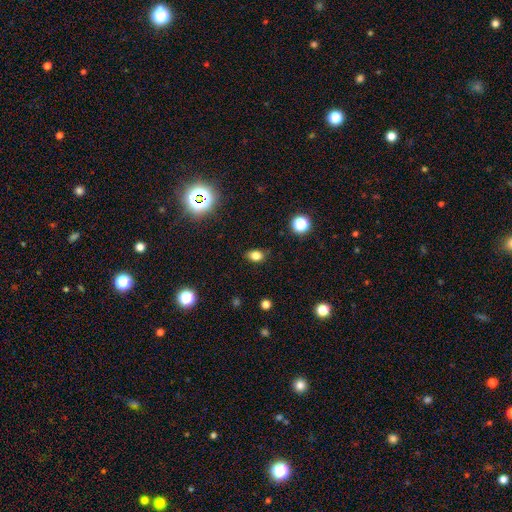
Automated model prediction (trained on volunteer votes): This appears to be a smooth galaxy with no disk features (79%) that is in between round and cigar-shaped (74%). Merging: none (85%).